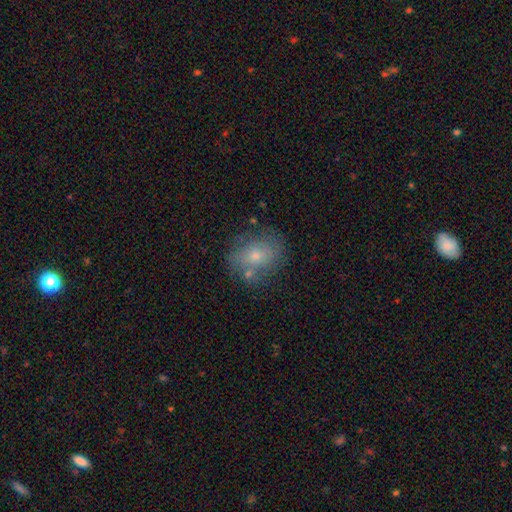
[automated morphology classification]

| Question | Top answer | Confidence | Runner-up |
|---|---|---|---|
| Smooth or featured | smooth | 58% | featured or disk (29%) |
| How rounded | round | 49% | tied: in between (49%) |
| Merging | none | 69% | minor disturbance (18%) |